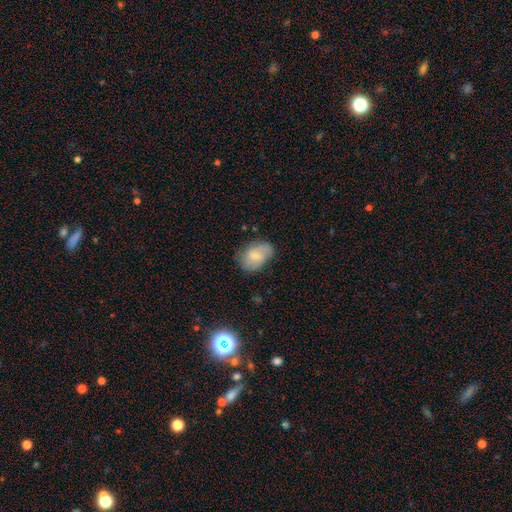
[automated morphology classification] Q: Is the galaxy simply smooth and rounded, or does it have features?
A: smooth — 55%.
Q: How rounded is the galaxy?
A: in between — 82%.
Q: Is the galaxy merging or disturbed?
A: none — 67%.